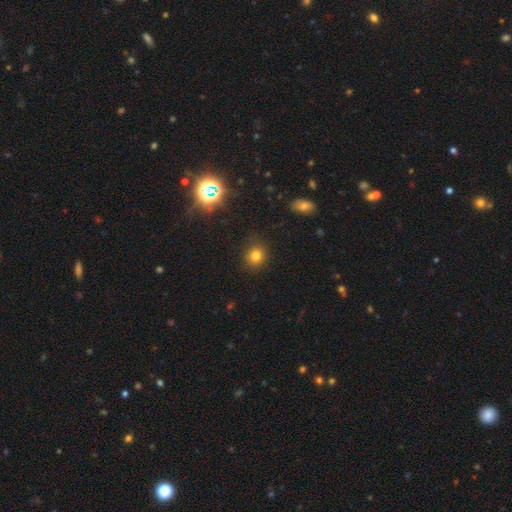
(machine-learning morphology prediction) smooth_or_featured: smooth (p=0.78) [alt: star or artifact p=0.16]
how_rounded: round (p=0.82) [alt: in between p=0.17]
merging: none (p=0.87) [alt: minor disturbance p=0.09]